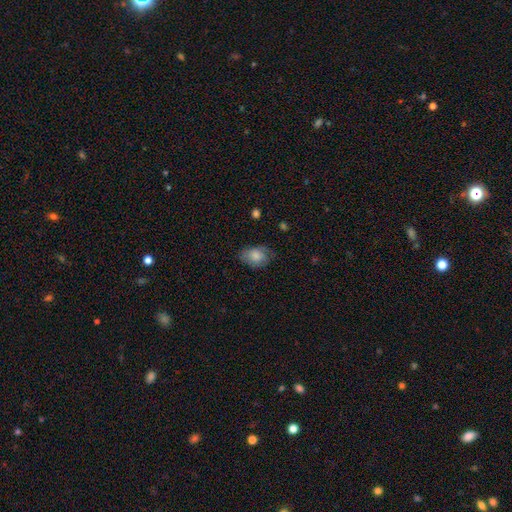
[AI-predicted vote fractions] Morphology: type=smooth (75%); roundness=in between (81%); merging=none (62%).